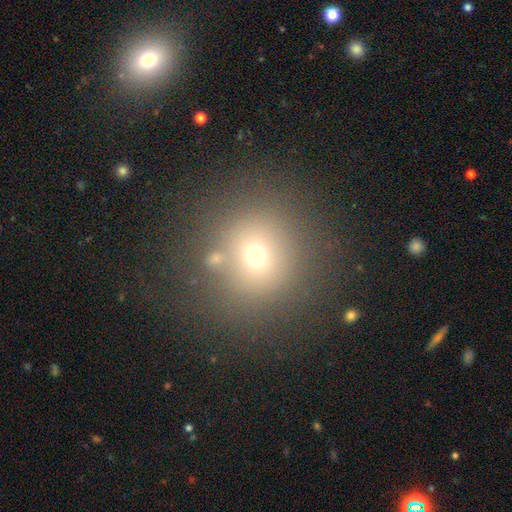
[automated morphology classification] A smooth galaxy with no disk features (65%) that is round (92%).

Vote fractions:
- Smooth or featured? smooth: 65% / star or artifact: 23% / featured or disk: 12%
- How rounded? round: 92% / in between: 7% / cigar-shaped: 1%
- Merging? none: 79% / minor disturbance: 9% / merger: 8% / major disturbance: 5%